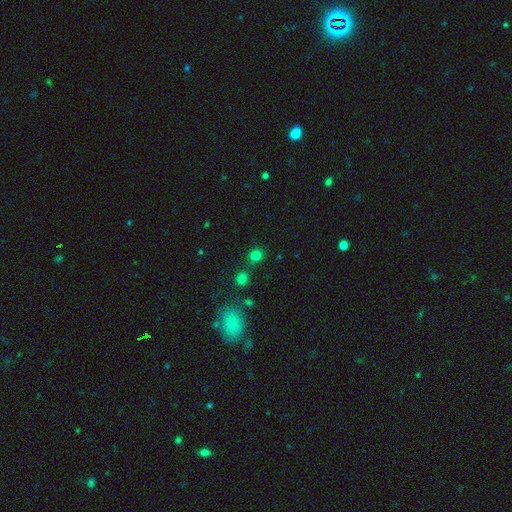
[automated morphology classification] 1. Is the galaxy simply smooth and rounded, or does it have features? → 77% smooth, 18% star or artifact, 5% featured or disk.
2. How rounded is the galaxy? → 88% round, 11% in between, 1% cigar-shaped.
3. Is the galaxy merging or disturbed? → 76% none, 13% merger, 8% minor disturbance, 3% major disturbance.